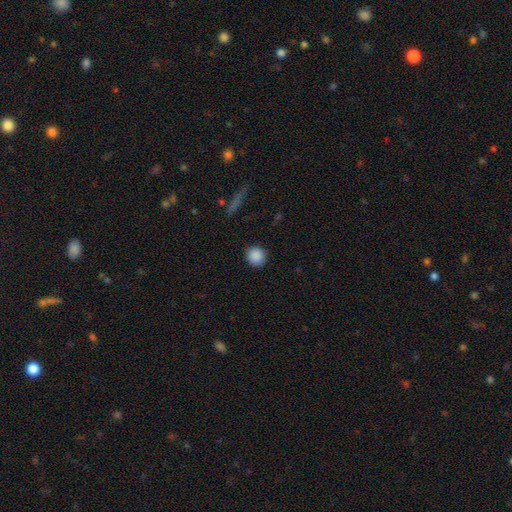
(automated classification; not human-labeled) Smooth or featured?
  - smooth: 88% *
  - star or artifact: 9%
  - featured or disk: 3%
How rounded?
  - round: 90% *
  - in between: 9%
  - cigar-shaped: 1%
Merging?
  - none: 90% *
  - minor disturbance: 6%
  - major disturbance: 2%
  - merger: 1%